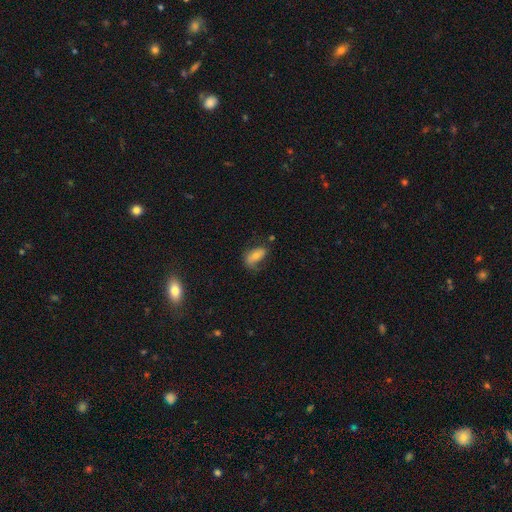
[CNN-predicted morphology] Smooth or featured? Predicted: smooth (p=0.63). How rounded? Predicted: in between (p=0.89). Merging? Predicted: none (p=0.53).